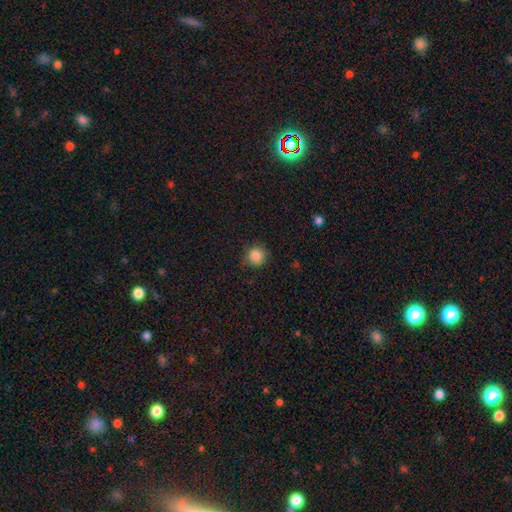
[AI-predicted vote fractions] Smooth or featured: smooth — 85% (star or artifact — 11%)
How rounded: round — 92% (in between — 7%)
Merging: none — 83% (minor disturbance — 13%)